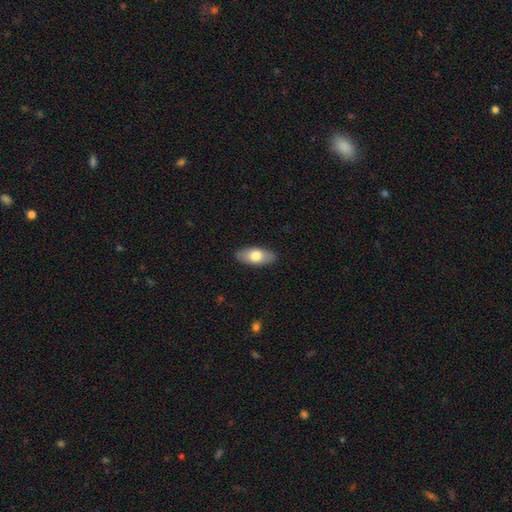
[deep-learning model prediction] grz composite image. It shows a smooth galaxy with no disk features (72%) that is in between round and cigar-shaped (87%). Merging: none (89%).